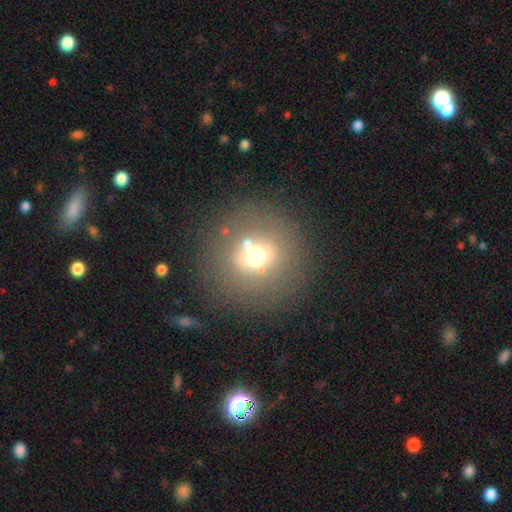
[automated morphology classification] Smooth or featured?
  - smooth: 58% *
  - star or artifact: 22%
  - featured or disk: 21%
How rounded?
  - round: 86% *
  - in between: 12%
  - cigar-shaped: 1%
Merging?
  - none: 74% *
  - minor disturbance: 10%
  - merger: 9%
  - major disturbance: 7%